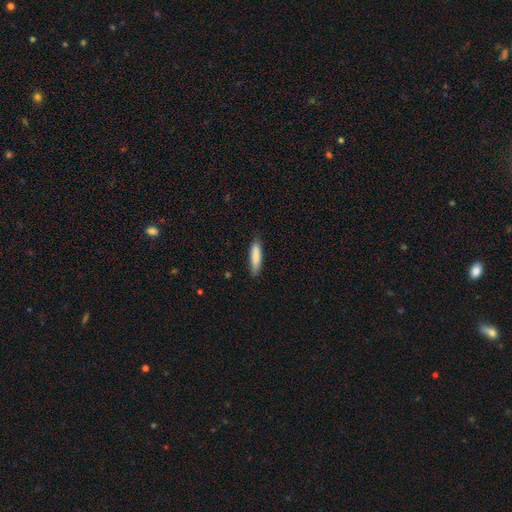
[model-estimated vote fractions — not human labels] Morphology: type=smooth (86%); roundness=cigar-shaped (73%); merging=none (82%).